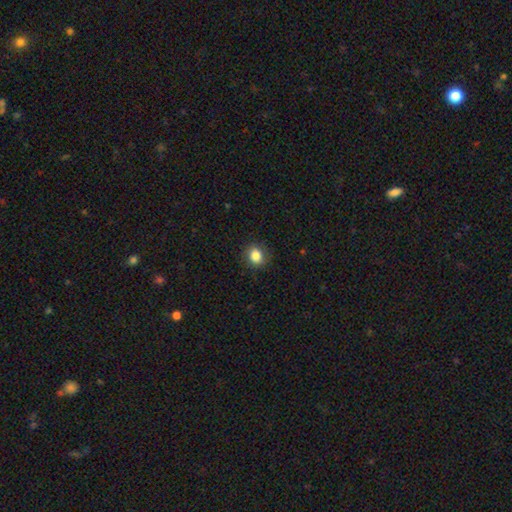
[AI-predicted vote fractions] Q: Smooth or featured?
A: smooth (86%); runner-up: star or artifact (10%)
Q: How rounded?
A: round (63%); runner-up: in between (36%)
Q: Merging?
A: none (85%); runner-up: minor disturbance (11%)